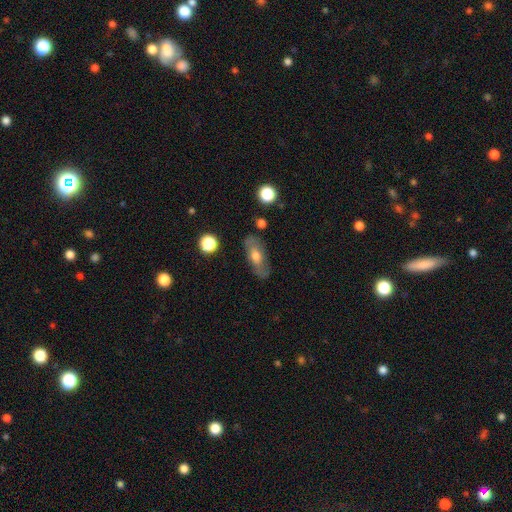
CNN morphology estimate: The model was most divided on "smooth or featured": smooth: 49%, featured or disk: 43%, star or artifact: 8%. More confident: merging — none (79%).